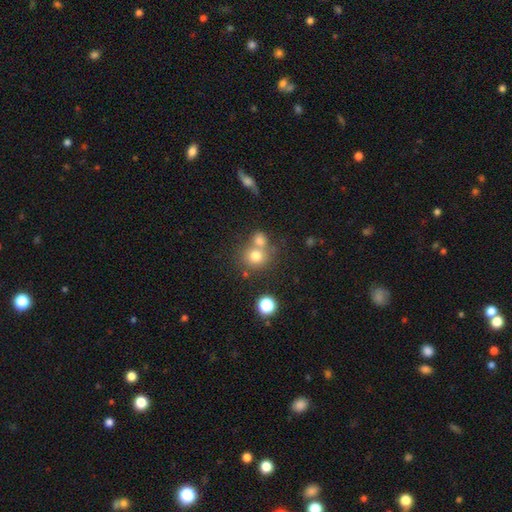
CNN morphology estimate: A smooth galaxy with no disk features (74%) that is round (85%). Merging: none (50%).